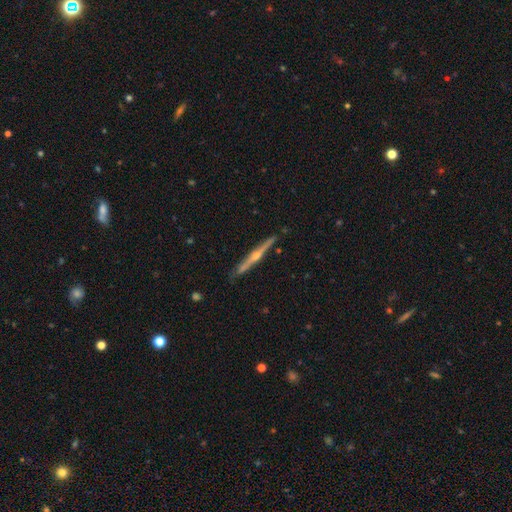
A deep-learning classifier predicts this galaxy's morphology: Smooth or featured: featured or disk — 80% (smooth — 15%)
Edge-on disk: yes — 98% (no — 2%)
Edge-on bulge: rounded — 88% (none — 9%)
Merging: none — 90% (minor disturbance — 7%)